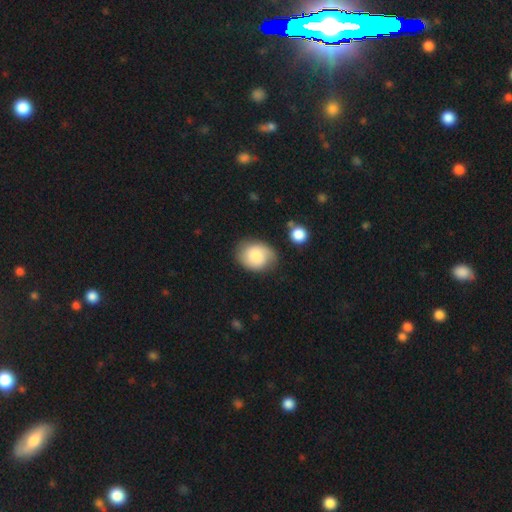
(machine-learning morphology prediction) Overall: smooth (70%). How rounded: in between (53%; round 46%). Merging: none (70%).